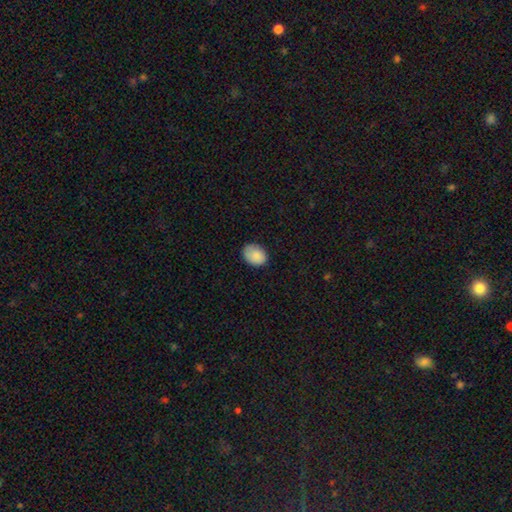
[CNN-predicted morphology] Smooth or featured: smooth — 86% (star or artifact — 8%)
How rounded: in between — 65% (round — 34%)
Merging: none — 75% (minor disturbance — 20%)